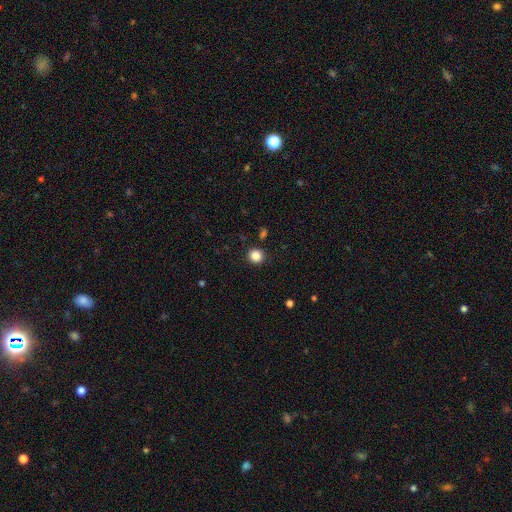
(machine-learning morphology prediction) A smooth galaxy with no disk features (85%) that is round (93%).

Vote fractions:
- Smooth or featured? smooth: 85% / star or artifact: 11% / featured or disk: 4%
- How rounded? round: 93% / in between: 6% / cigar-shaped: 1%
- Merging? none: 91% / minor disturbance: 5% / major disturbance: 2% / merger: 2%